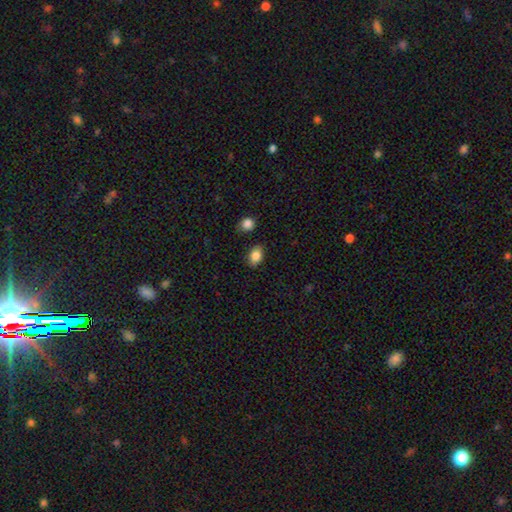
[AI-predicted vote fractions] The model was most divided on "how rounded": in between: 78%, round: 20%, cigar-shaped: 1%. More confident: smooth or featured — smooth (85%); merging — none (85%).